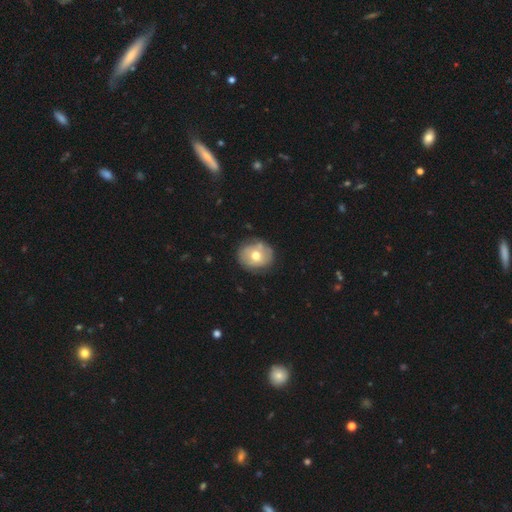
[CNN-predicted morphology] smooth-or-featured: smooth: 61% | featured or disk: 31% | star or artifact: 8%
  how-rounded: round: 71% | in between: 28% | cigar-shaped: 1%
  merging: none: 76% | minor disturbance: 17% | major disturbance: 4% | merger: 3%